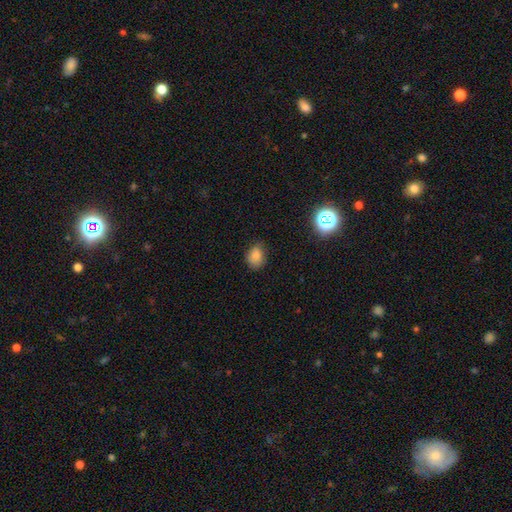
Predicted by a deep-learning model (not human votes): smooth 82%, star or artifact 12%, featured or disk 6%. Down the decision tree: how rounded — in between (60%); merging — none (76%).